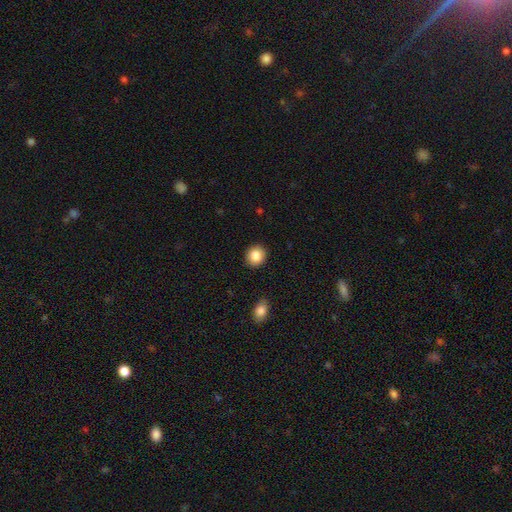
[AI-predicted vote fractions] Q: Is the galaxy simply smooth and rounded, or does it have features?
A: smooth — 86%.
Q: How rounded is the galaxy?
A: round — 81%.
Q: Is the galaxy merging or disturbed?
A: none — 90%.